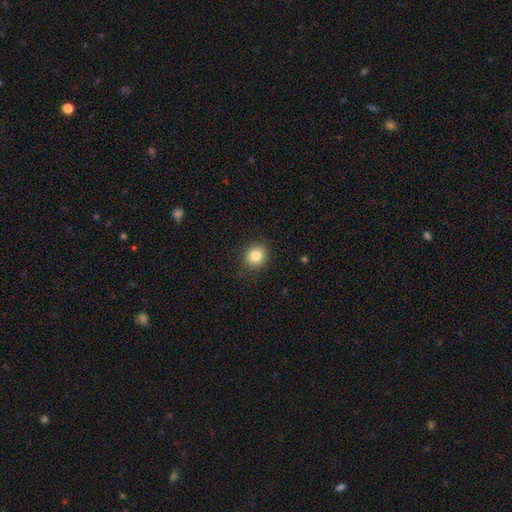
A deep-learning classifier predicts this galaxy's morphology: Smooth or featured?
  - smooth: 83% *
  - star or artifact: 10%
  - featured or disk: 7%
How rounded?
  - round: 76% *
  - in between: 23%
  - cigar-shaped: 1%
Merging?
  - none: 88% *
  - minor disturbance: 9%
  - major disturbance: 3%
  - merger: 1%